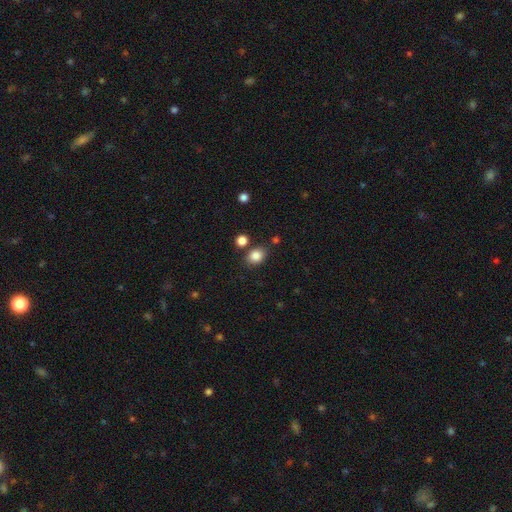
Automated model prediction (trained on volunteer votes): A smooth galaxy with no disk features (85%) that is in between round and cigar-shaped (55%). Merging: none (76%).